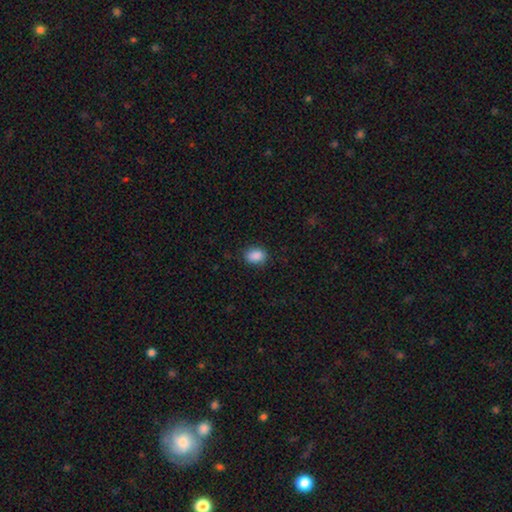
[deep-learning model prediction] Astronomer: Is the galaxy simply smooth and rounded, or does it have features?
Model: smooth — 89%.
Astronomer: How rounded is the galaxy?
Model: in between — 71%.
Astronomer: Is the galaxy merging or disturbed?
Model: none — 84%.